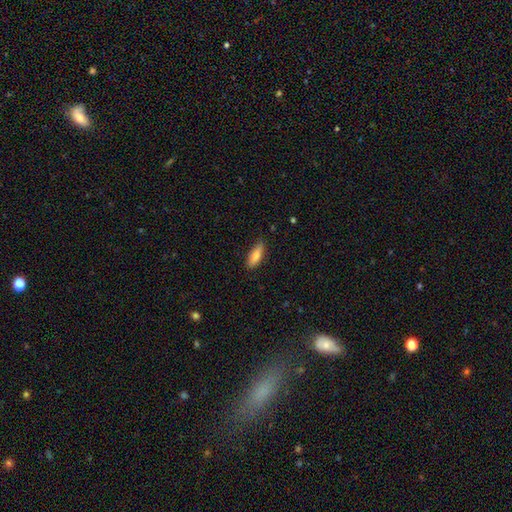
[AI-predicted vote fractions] Overall: smooth (78%). How rounded: in between (56%; cigar-shaped 42%). Merging: none (79%).